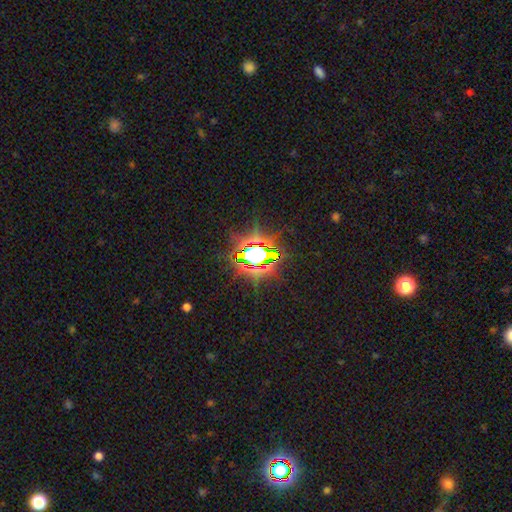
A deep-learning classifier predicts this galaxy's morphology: Overall: star or artifact (78%).